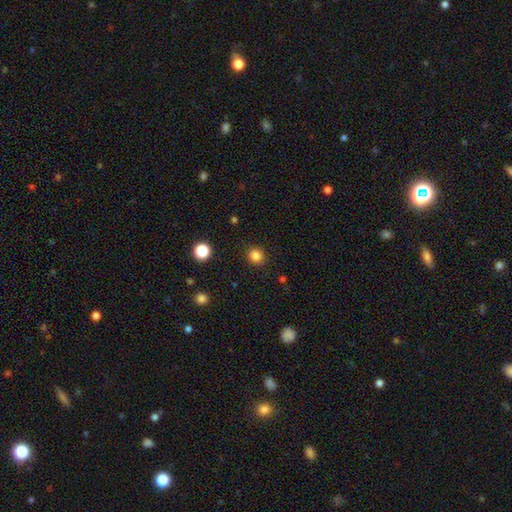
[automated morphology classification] smooth-or-featured: smooth: 84% | star or artifact: 12% | featured or disk: 4%
  how-rounded: round: 88% | in between: 11% | cigar-shaped: 1%
  merging: none: 90% | minor disturbance: 6% | major disturbance: 2% | merger: 1%